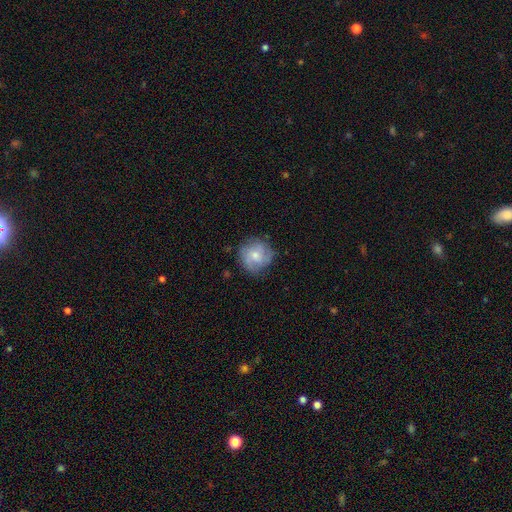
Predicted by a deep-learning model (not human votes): A smooth galaxy with no disk features (51%) that is round (91%). Merging: none (74%).